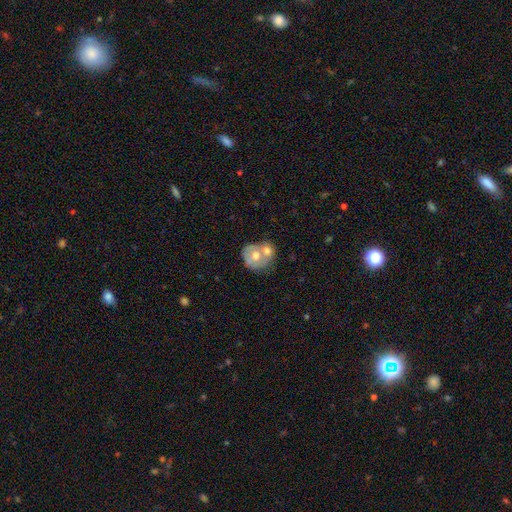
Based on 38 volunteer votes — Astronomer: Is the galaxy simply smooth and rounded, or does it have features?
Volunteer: featured or disk — 61% (runner-up: smooth, 37%).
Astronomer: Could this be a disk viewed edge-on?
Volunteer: no — 96%.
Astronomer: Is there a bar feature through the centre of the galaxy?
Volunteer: no — 91%.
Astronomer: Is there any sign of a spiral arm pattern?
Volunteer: no — 77%.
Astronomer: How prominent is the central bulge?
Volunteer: moderate — 86%.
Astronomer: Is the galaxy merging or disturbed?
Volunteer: merger — 70%.